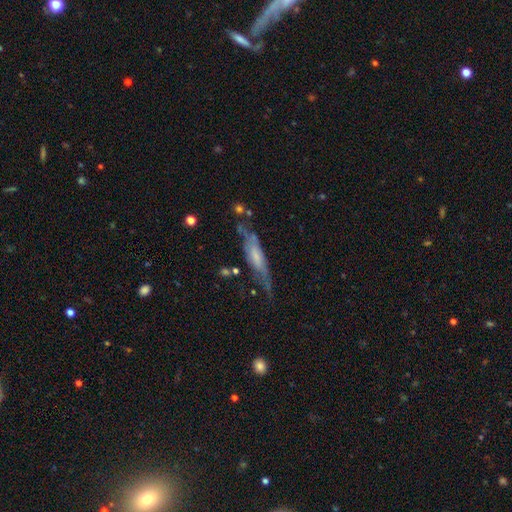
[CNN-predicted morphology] type=featured or disk (59%); edge-on=yes (50%, tied with no); merging=none (49%).